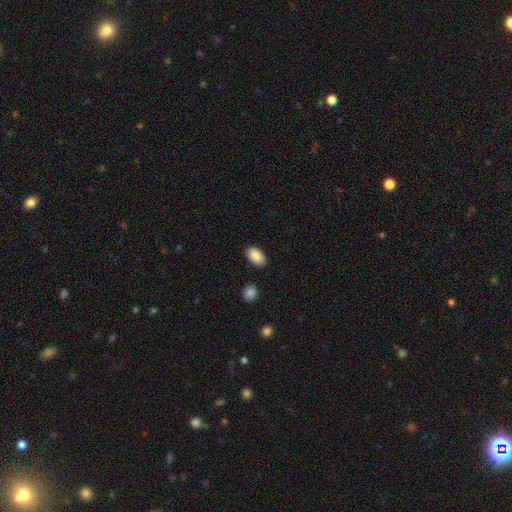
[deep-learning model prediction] Q: Smooth or featured?
A: smooth (89%); runner-up: star or artifact (7%)
Q: How rounded?
A: in between (93%); runner-up: round (5%)
Q: Merging?
A: none (87%); runner-up: minor disturbance (9%)